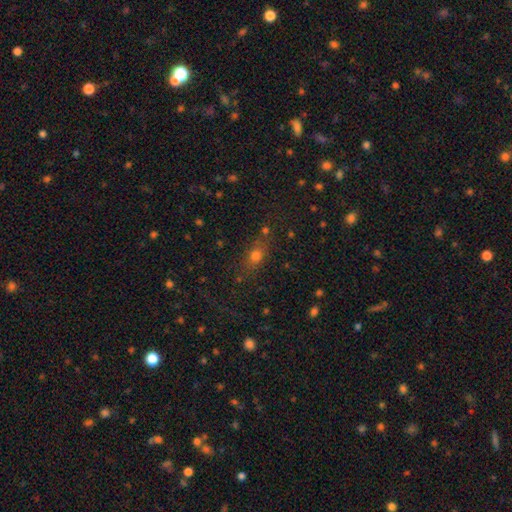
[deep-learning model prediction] Smooth or featured? Predicted: smooth (p=0.67). How rounded? Predicted: in between (p=0.51). Merging? Predicted: none (p=0.74).